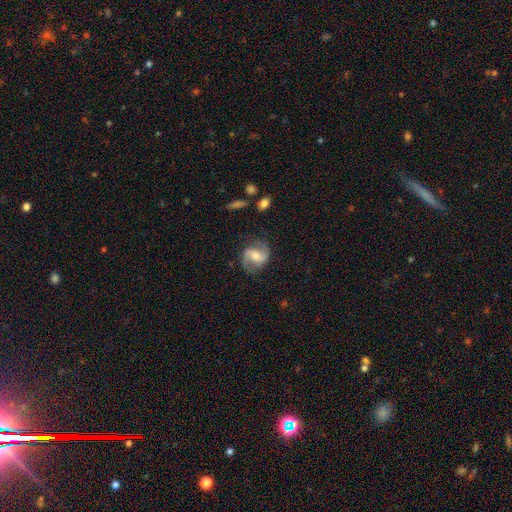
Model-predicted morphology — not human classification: Smooth or featured? Predicted: featured or disk (p=0.80). Edge-on disk? Predicted: no (p=0.97). Bar? Predicted: weak (p=0.43). Spiral arms? Predicted: yes (p=0.94). Spiral winding? Predicted: medium (p=0.45). Spiral arm count? Predicted: 2 (p=0.91). Bulge size? Predicted: moderate (p=0.60). Merging? Predicted: none (p=0.77).